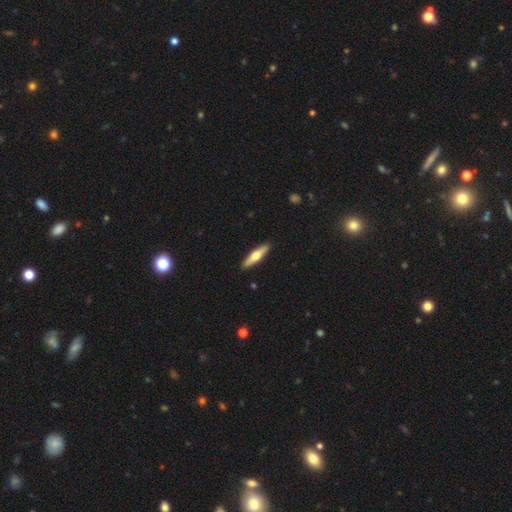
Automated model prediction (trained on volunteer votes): smooth-or-featured: featured or disk: 51% | smooth: 45% | star or artifact: 5%
  disk-edge-on: yes: 94% | no: 6%
  merging: none: 91% | minor disturbance: 6% | major disturbance: 1% | merger: 1%